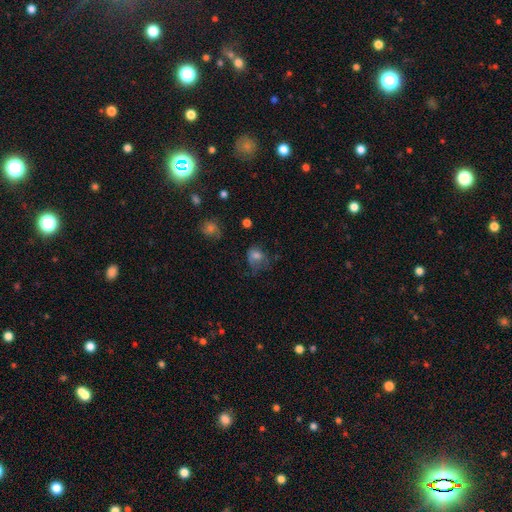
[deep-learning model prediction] Overall: smooth (69%). How rounded: round (50%; in between 49%). Merging: none (37%; major disturbance 31%).